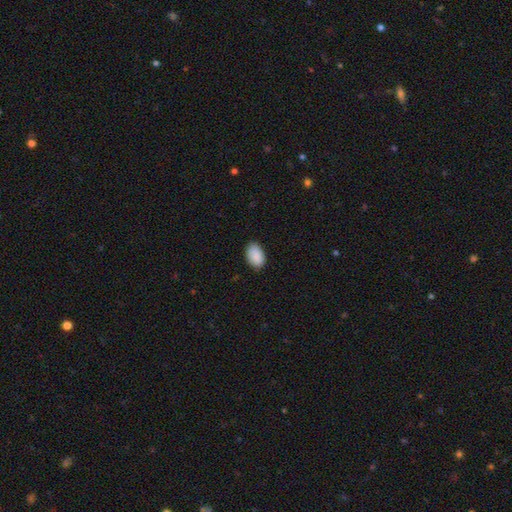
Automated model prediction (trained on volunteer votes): A smooth galaxy with no disk features (90%) that is in between round and cigar-shaped (91%). Merging: none (82%).